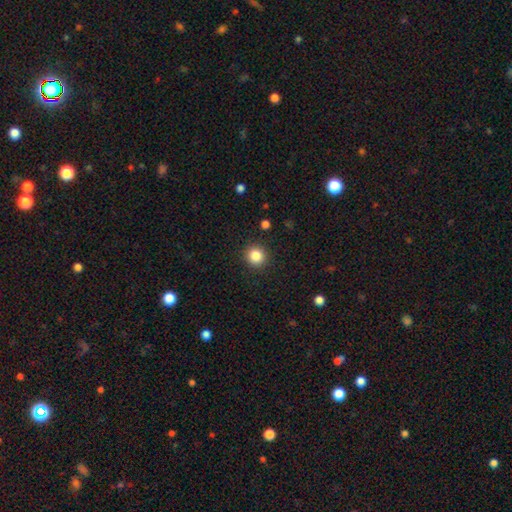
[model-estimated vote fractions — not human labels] Smooth or featured: smooth — 85% (star or artifact — 11%)
How rounded: round — 92% (in between — 7%)
Merging: none — 91% (minor disturbance — 6%)